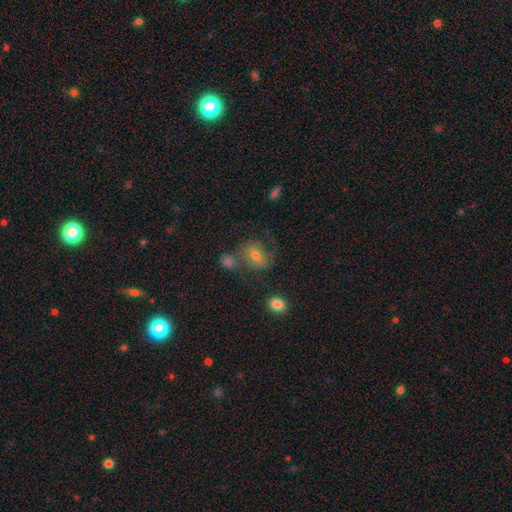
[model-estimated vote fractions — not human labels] smooth-or-featured: featured or disk: 44% | smooth: 37% | star or artifact: 19%
  merging: none: 62% | minor disturbance: 15% | merger: 14% | major disturbance: 9%